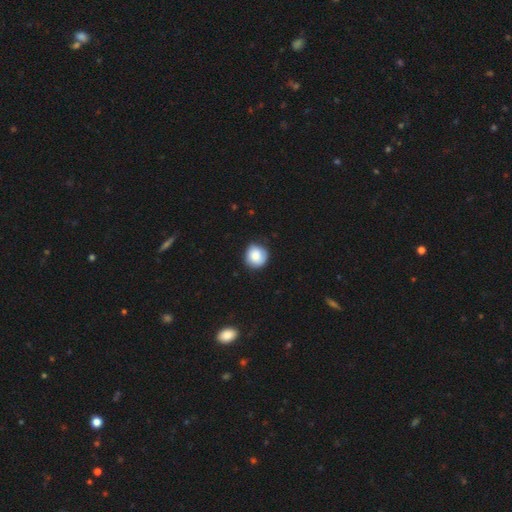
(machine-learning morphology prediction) Q: Smooth or featured?
A: smooth (83%); runner-up: featured or disk (9%)
Q: How rounded?
A: round (88%); runner-up: in between (11%)
Q: Merging?
A: none (78%); runner-up: minor disturbance (17%)